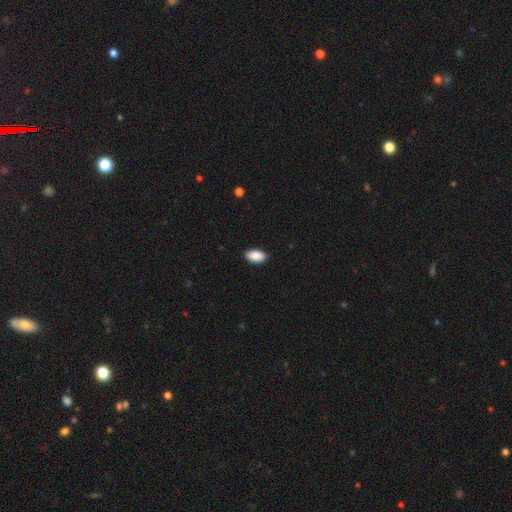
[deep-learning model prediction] The model was most divided on "merging": none: 88%, minor disturbance: 9%, major disturbance: 2%, merger: 1%. More confident: how rounded — in between (95%); smooth or featured — smooth (90%).